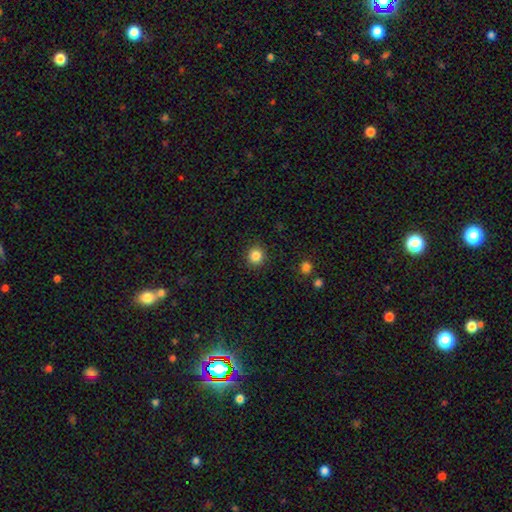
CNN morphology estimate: This appears to be a smooth galaxy with no disk features (85%) that is round (92%). Merging: none (91%).